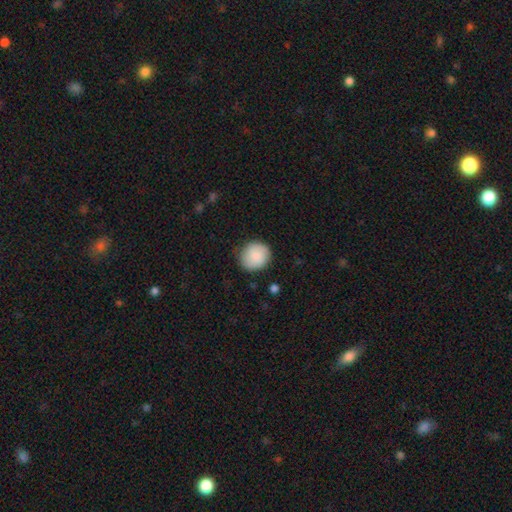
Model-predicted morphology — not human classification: smooth-or-featured: smooth: 86% | featured or disk: 7% | star or artifact: 7%
  how-rounded: round: 86% | in between: 13% | cigar-shaped: 1%
  merging: none: 84% | minor disturbance: 12% | major disturbance: 3% | merger: 1%